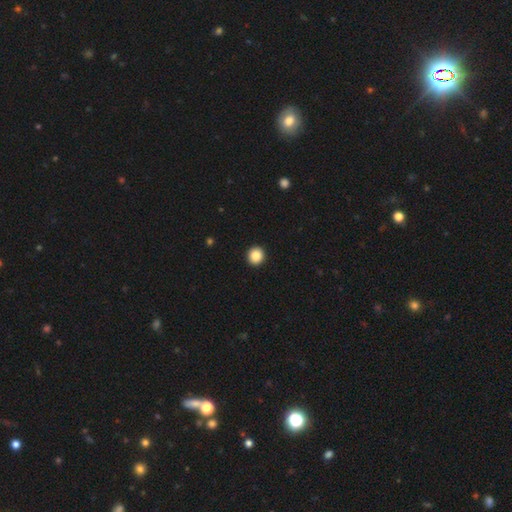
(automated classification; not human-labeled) Smooth or featured: smooth — 87% (star or artifact — 9%)
How rounded: round — 93% (in between — 6%)
Merging: none — 94% (minor disturbance — 4%)